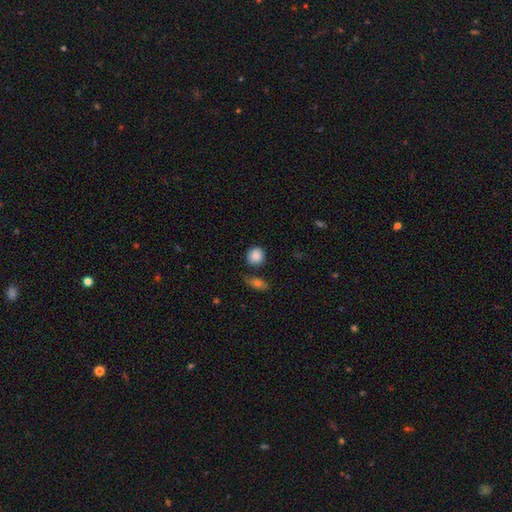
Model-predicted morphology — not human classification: smooth-or-featured: smooth: 88% | star or artifact: 8% | featured or disk: 5%
  how-rounded: round: 85% | in between: 14% | cigar-shaped: 1%
  merging: none: 78% | minor disturbance: 13% | merger: 5% | major disturbance: 4%